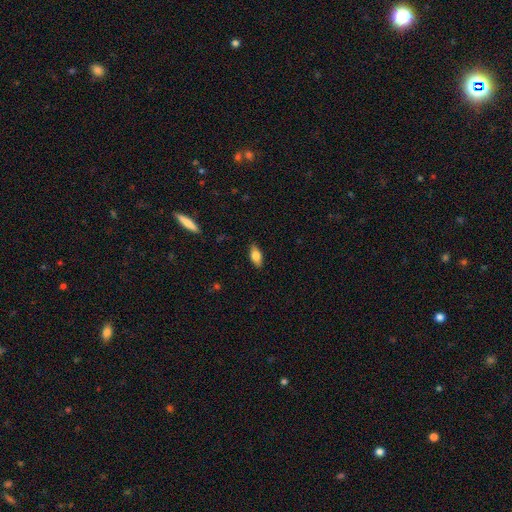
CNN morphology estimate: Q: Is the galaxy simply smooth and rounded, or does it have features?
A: smooth — 78%.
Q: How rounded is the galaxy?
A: in between — 85%.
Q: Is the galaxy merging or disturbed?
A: none — 85%.